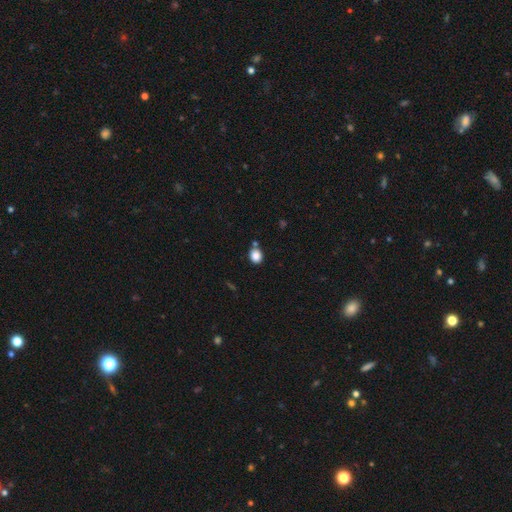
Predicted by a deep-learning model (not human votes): Smooth or featured? Predicted: smooth (p=0.86). How rounded? Predicted: round (p=0.64). Merging? Predicted: none (p=0.75).